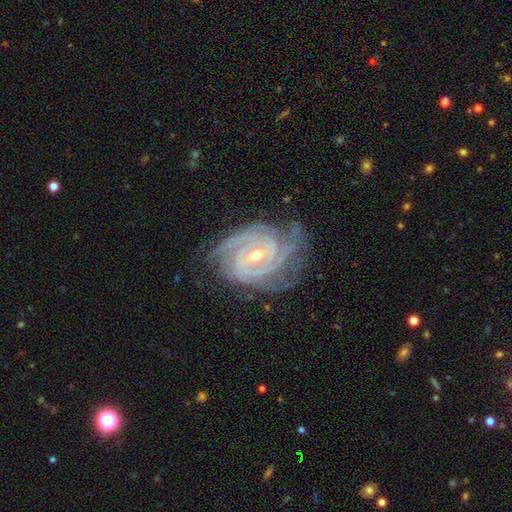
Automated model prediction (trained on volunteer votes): The model was most divided on "spiral arm count": 3: 29%, 2: 22%, 4: 20%, can't tell: 17%, more than 4: 7%, 1: 6%. Remaining: spiral arms — yes (98%); edge-on disk — no (97%); smooth or featured — featured or disk (92%); spiral winding — tight (76%); merging — none (70%); bulge size — small (53%); bar — weak (47%).